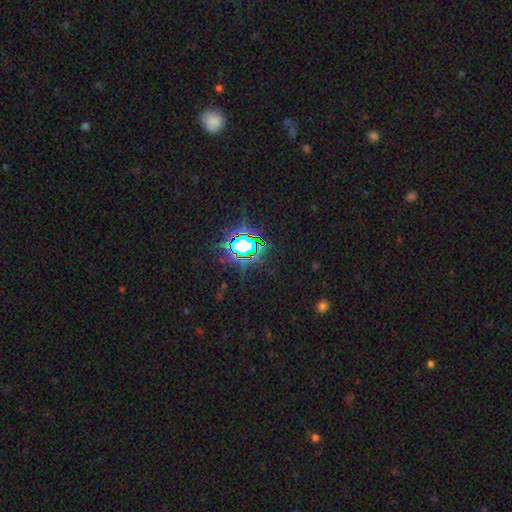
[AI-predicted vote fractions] This appears to be a star or artifact, not a galaxy (77%).